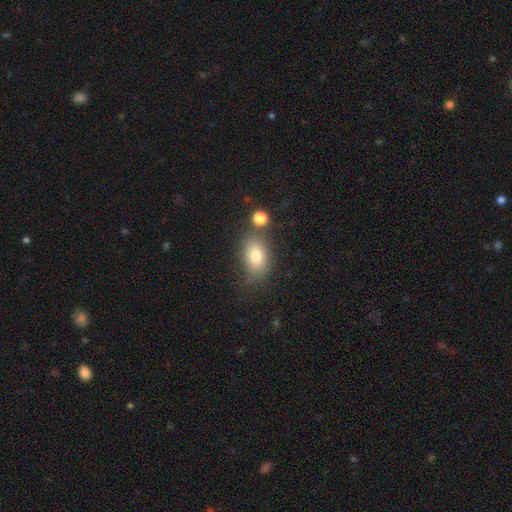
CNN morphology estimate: Overall: smooth (78%). How rounded: in between (81%). Merging: none (67%).